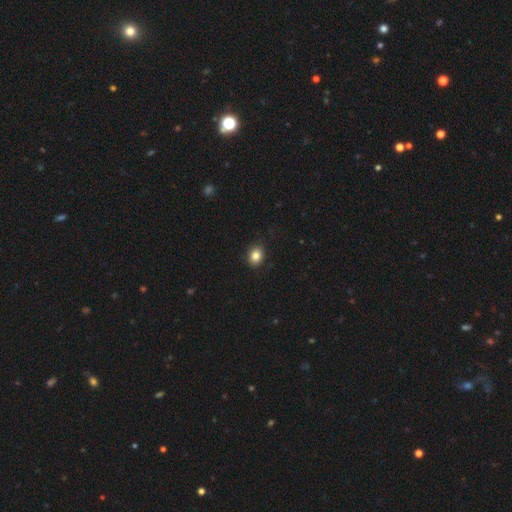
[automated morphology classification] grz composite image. It shows a smooth galaxy with no disk features (84%) that is round (57%). Merging: none (89%).